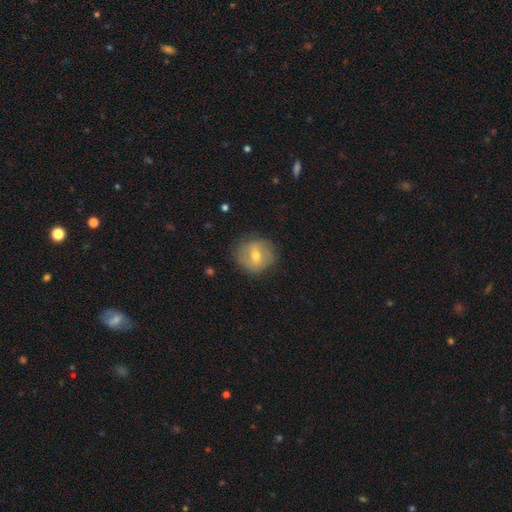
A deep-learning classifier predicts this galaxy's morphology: Smooth or featured? smooth (51%)
How rounded? round (88%)
Merging? none (77%)